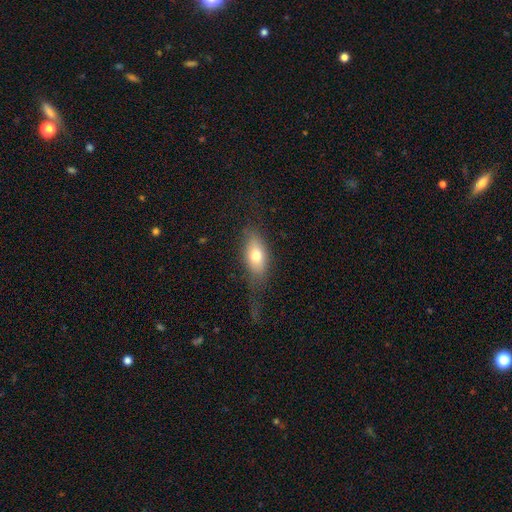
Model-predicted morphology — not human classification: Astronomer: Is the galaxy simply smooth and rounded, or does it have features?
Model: smooth — 72%.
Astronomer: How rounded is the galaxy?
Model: in between — 85%.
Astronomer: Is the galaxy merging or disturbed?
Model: none — 54%.